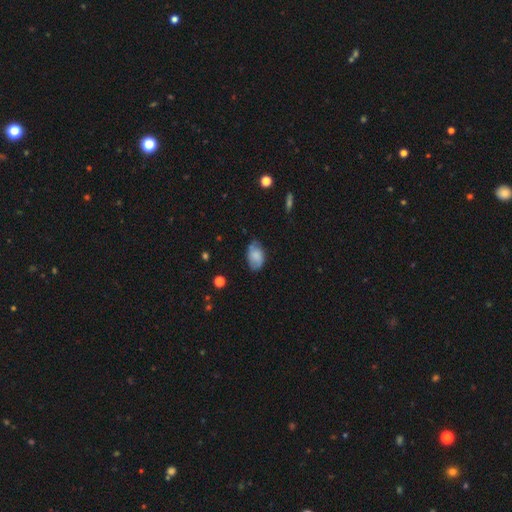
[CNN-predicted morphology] Smooth or featured? Predicted: smooth (p=0.67). How rounded? Predicted: in between (p=0.89). Merging? Predicted: none (p=0.66).